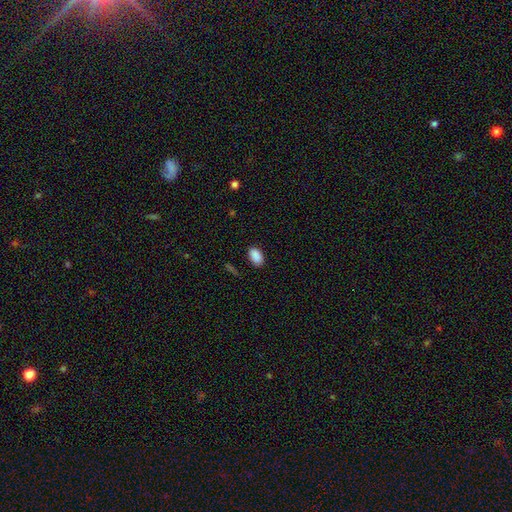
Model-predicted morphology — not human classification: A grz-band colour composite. It shows a smooth galaxy with no disk features (89%) that is in between round and cigar-shaped (92%). Merging: none (86%).